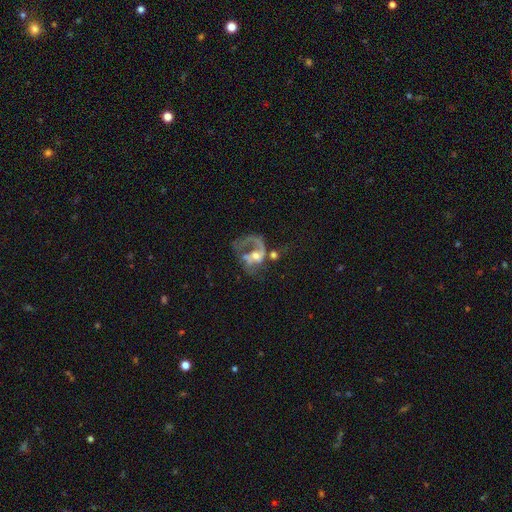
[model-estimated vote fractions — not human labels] smooth-or-featured: featured or disk: 78% | smooth: 14% | star or artifact: 8%
  disk-edge-on: no: 98% | yes: 2%
    bar: no: 62% | weak: 30% | strong: 8%
    has-spiral-arms: yes: 80% | no: 20%
      spiral-winding: loose: 51% | medium: 38% | tight: 11%
      spiral-arm-count: 1: 55% | 2: 32% | can't tell: 8% | 3: 3% | 4: 1% | more than 4: 1%
    bulge-size: moderate: 53% | small: 33% | none: 6% | large: 6% | dominant: 2%
  merging: major disturbance: 42% | merger: 23% | none: 23% | minor disturbance: 12%